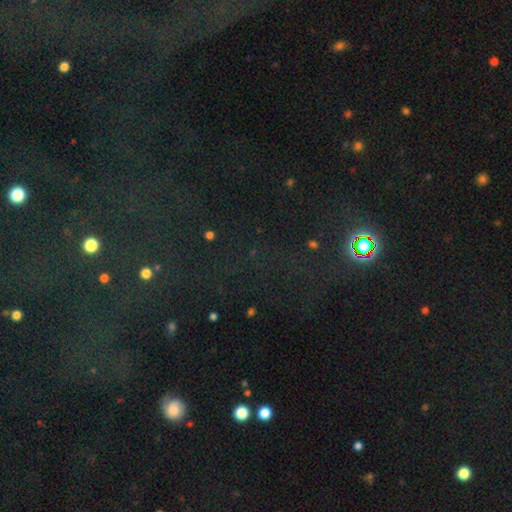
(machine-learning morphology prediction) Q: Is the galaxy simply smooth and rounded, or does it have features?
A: star or artifact — 72%.